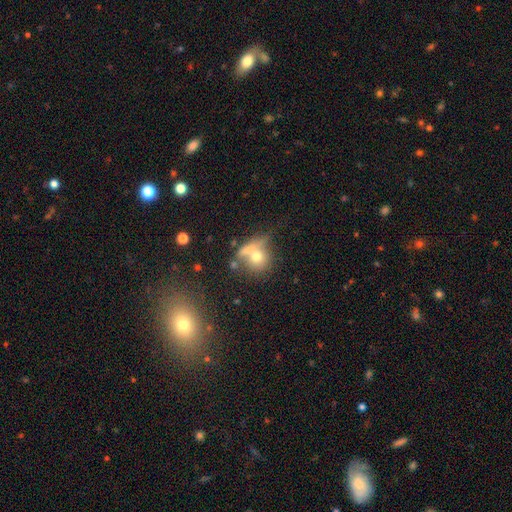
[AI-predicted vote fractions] smooth_or_featured: smooth (p=0.66) [alt: featured or disk p=0.23]
how_rounded: round (p=0.77) [alt: in between p=0.21]
merging: none (p=0.37) [alt: merger p=0.33]